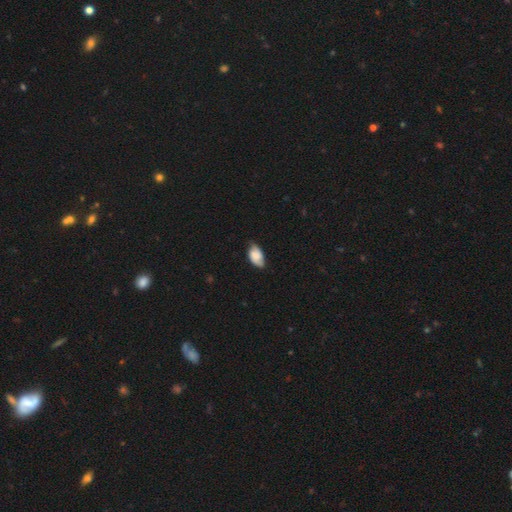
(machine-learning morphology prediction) Smooth or featured?
  - smooth: 67% *
  - featured or disk: 25%
  - star or artifact: 8%
How rounded?
  - in between: 93% *
  - round: 5%
  - cigar-shaped: 2%
Merging?
  - none: 65% *
  - minor disturbance: 29%
  - major disturbance: 5%
  - merger: 1%